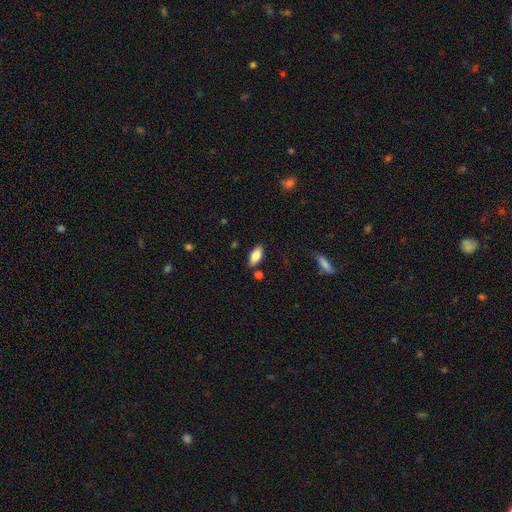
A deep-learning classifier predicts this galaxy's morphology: smooth 82%, featured or disk 11%, star or artifact 7%. Down the decision tree: how rounded — in between (88%); merging — none (83%).